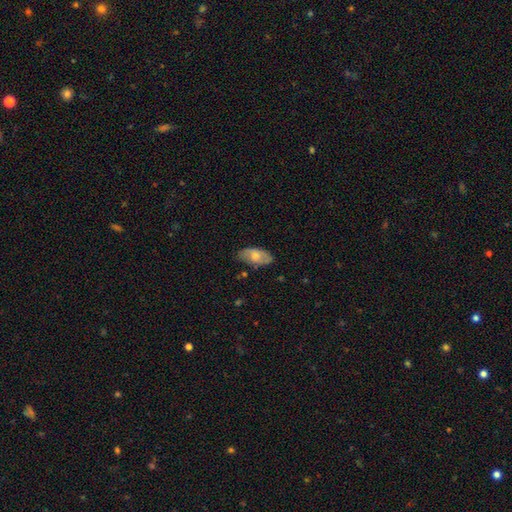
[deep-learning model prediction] Q: Smooth or featured?
A: smooth (60%); runner-up: featured or disk (34%)
Q: How rounded?
A: in between (92%); runner-up: cigar-shaped (4%)
Q: Merging?
A: none (73%); runner-up: minor disturbance (21%)